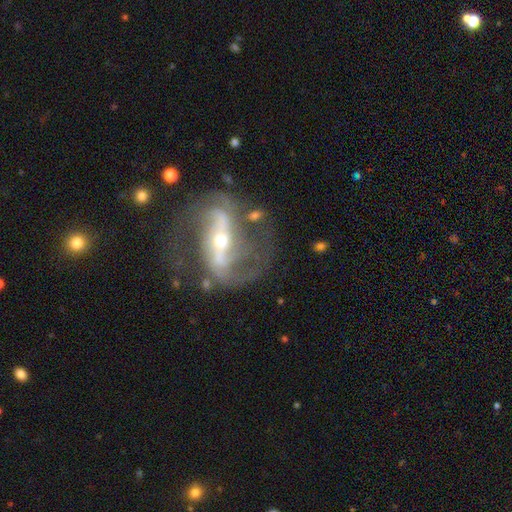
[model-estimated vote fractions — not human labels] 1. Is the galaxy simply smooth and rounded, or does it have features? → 88% featured or disk, 6% star or artifact, 6% smooth.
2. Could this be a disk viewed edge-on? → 93% no, 7% yes.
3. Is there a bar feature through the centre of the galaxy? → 68% strong, 20% weak, 12% no.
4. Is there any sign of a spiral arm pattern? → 92% yes, 8% no.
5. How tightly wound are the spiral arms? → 46% medium, 33% loose, 22% tight.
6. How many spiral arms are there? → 86% 2, 6% can't tell, 3% 3, 3% 1, 1% 4, 1% more than 4.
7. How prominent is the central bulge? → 55% small, 40% moderate, 3% large, 1% dominant, 1% none.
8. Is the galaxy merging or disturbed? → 65% none, 16% minor disturbance, 15% major disturbance, 4% merger.